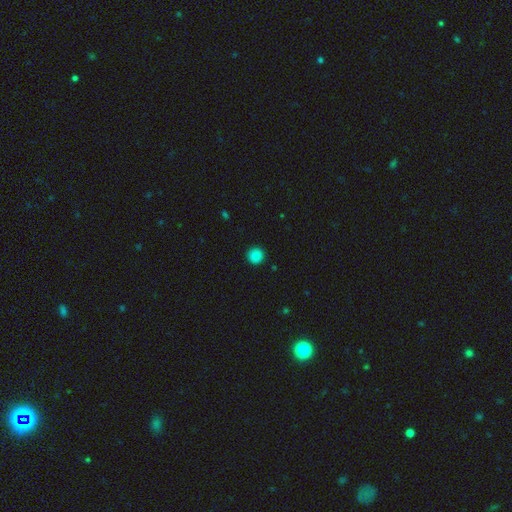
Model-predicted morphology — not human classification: Overall: smooth (86%). How rounded: round (95%). Merging: none (92%).